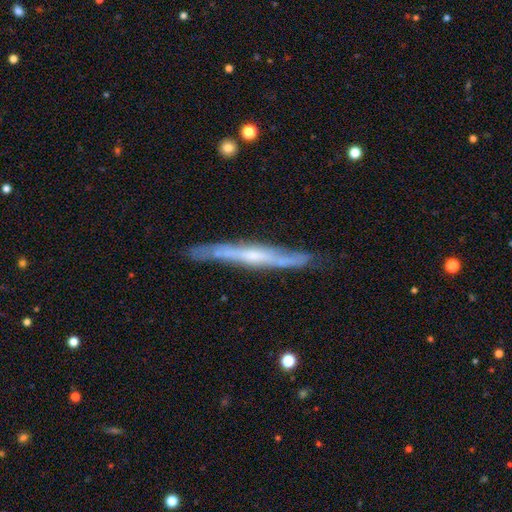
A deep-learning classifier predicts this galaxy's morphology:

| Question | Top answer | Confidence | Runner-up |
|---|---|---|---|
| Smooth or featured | featured or disk | 71% | smooth (23%) |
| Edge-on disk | yes | 87% | no (13%) |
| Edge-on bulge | none | 52% | rounded (39%) |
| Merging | none | 78% | minor disturbance (17%) |